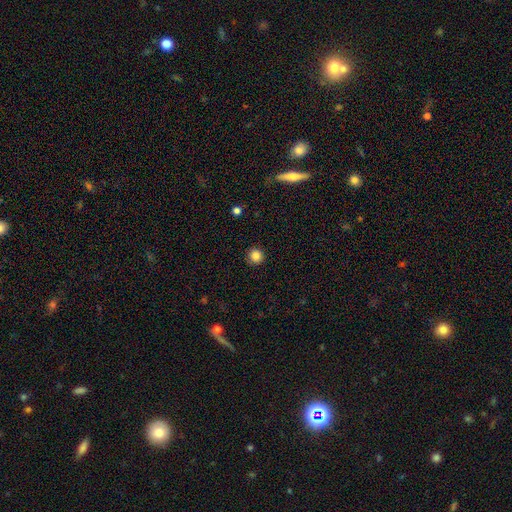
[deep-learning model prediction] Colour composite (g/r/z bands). It shows a smooth galaxy with no disk features (85%) that is round (94%). Merging: none (91%).